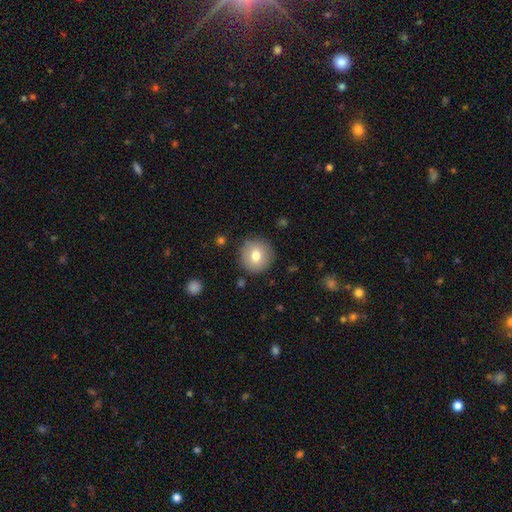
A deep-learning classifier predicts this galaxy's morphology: A smooth galaxy with no disk features (76%) that is round (94%).

Vote fractions:
- Smooth or featured? smooth: 76% / featured or disk: 16% / star or artifact: 9%
- How rounded? round: 94% / in between: 5% / cigar-shaped: 1%
- Merging? none: 88% / minor disturbance: 8% / major disturbance: 3% / merger: 1%